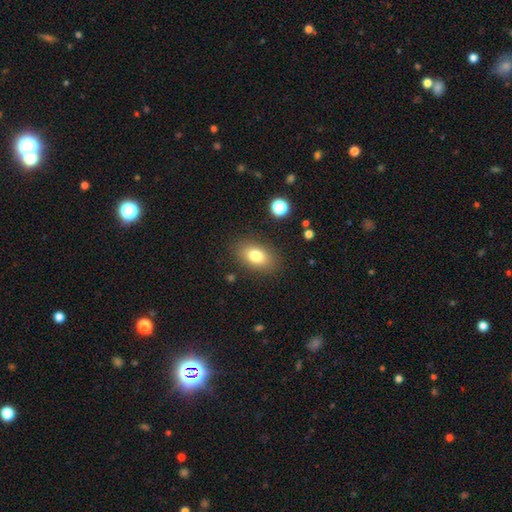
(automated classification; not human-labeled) Morphology: type=smooth (80%); roundness=in between (87%); merging=none (84%).